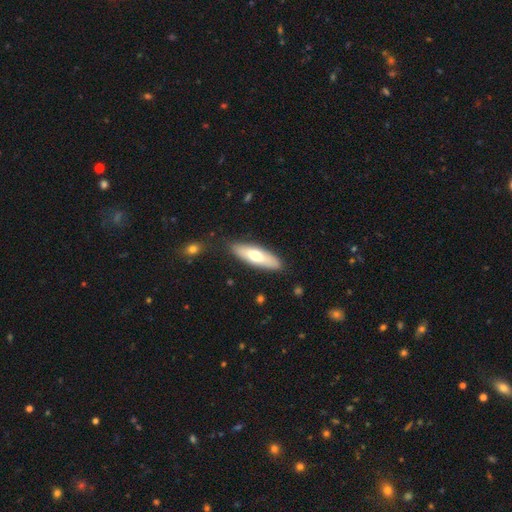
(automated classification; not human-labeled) Morphology: type=smooth (61%); roundness=cigar-shaped (52%); merging=none (86%).